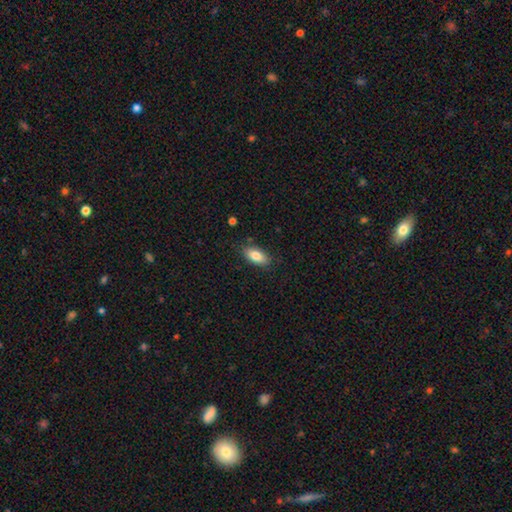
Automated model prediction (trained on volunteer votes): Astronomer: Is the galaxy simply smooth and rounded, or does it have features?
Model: smooth — 82%.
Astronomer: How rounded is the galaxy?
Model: in between — 89%.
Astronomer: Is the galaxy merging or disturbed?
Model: none — 83%.